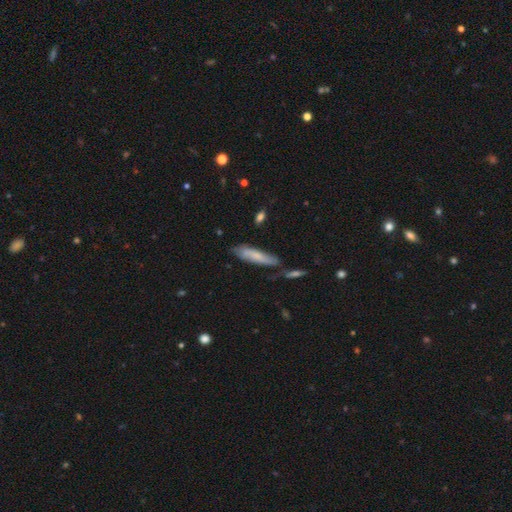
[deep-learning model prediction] Overall: smooth (65%; featured or disk 28%). How rounded: cigar-shaped (73%). Merging: none (58%; minor disturbance 23%).